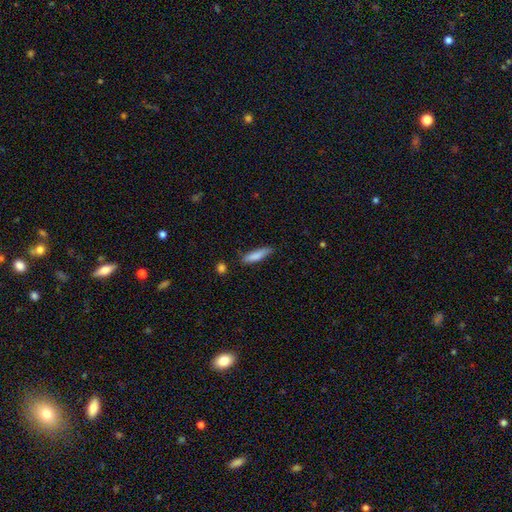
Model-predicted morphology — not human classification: Overall: smooth (83%). How rounded: cigar-shaped (74%). Merging: none (73%).